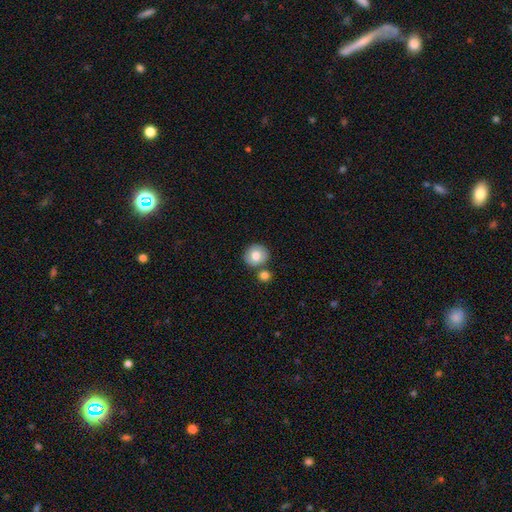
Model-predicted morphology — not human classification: smooth_or_featured: smooth (p=0.77) [alt: featured or disk p=0.14]
how_rounded: round (p=0.88) [alt: in between p=0.11]
merging: none (p=0.73) [alt: merger p=0.15]